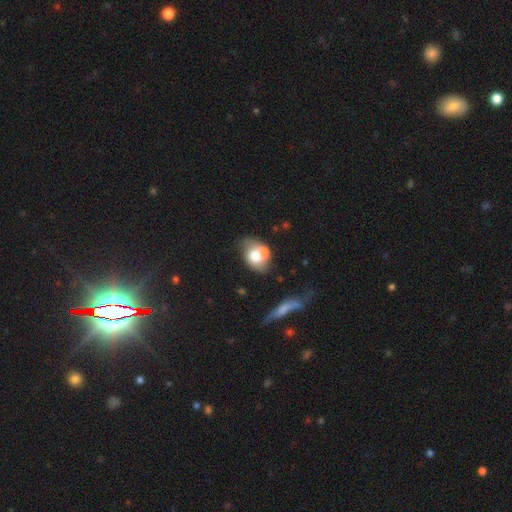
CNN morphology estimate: smooth_or_featured: smooth (p=0.65) [alt: featured or disk p=0.27]
how_rounded: in between (p=0.69) [alt: round p=0.30]
merging: merger (p=0.47) [alt: none p=0.31]